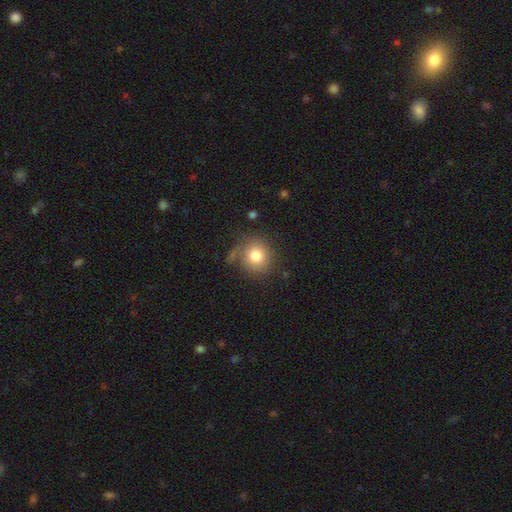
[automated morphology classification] This is likely a smooth galaxy (80%). How rounded: clearly round (88%). Merging: likely none (70%).